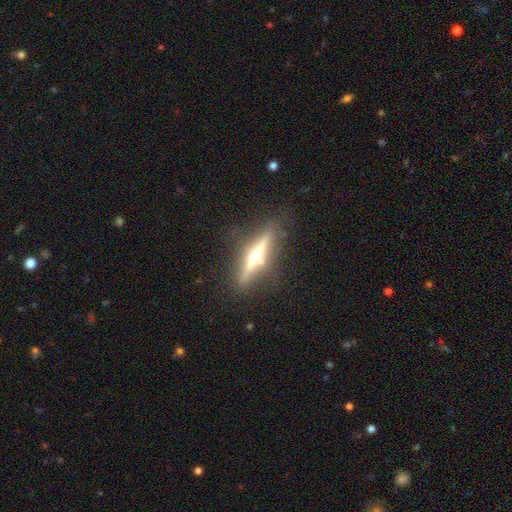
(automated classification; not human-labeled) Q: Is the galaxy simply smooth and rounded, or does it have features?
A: featured or disk — 79%.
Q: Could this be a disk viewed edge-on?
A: yes — 97%.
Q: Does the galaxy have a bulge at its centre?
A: rounded — 94%.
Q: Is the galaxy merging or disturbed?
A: none — 86%.